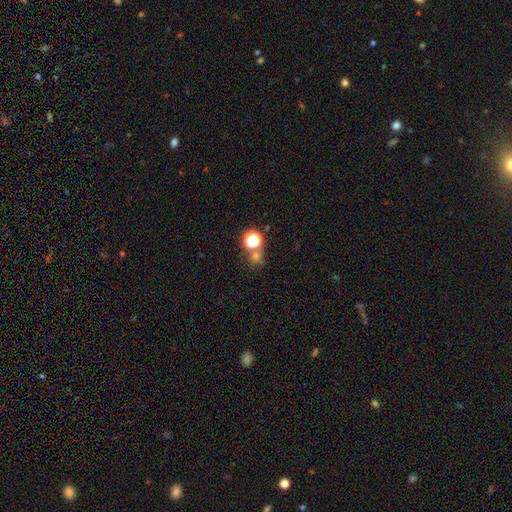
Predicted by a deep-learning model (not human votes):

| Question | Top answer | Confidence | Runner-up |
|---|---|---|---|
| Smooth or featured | smooth | 55% | star or artifact (36%) |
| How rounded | round | 84% | in between (15%) |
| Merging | none | 61% | merger (23%) |